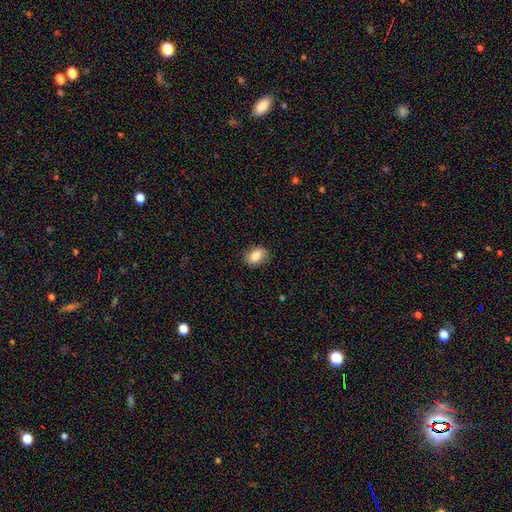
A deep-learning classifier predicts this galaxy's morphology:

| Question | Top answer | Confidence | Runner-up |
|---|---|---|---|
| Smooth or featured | smooth | 83% | featured or disk (9%) |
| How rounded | in between | 75% | round (23%) |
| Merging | none | 81% | minor disturbance (14%) |